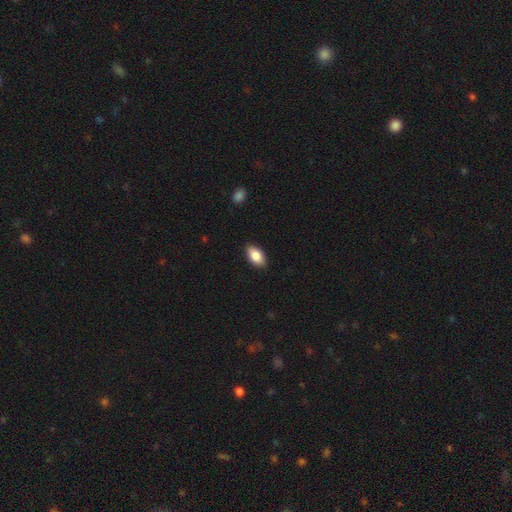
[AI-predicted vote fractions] smooth_or_featured: smooth (p=0.86) [alt: featured or disk p=0.07]
how_rounded: in between (p=0.93) [alt: round p=0.05]
merging: none (p=0.87) [alt: minor disturbance p=0.10]